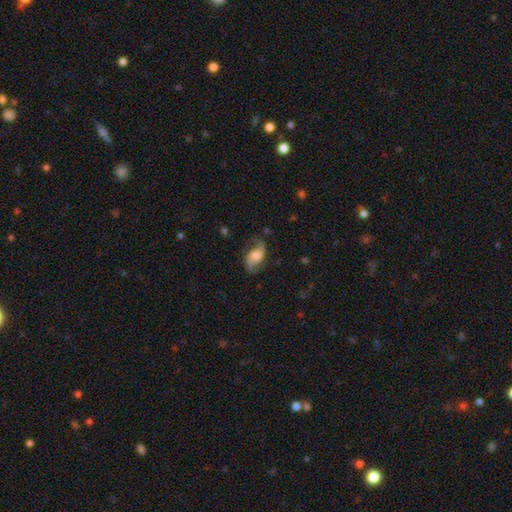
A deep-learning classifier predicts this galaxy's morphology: A featured or disk galaxy (73%) with no bar (57%), 2 (90%) loose (57%) spiral arms (94%) and a large central bulge (30%).

Vote fractions:
- Smooth or featured? featured or disk: 73% / smooth: 20% / star or artifact: 7%
- Edge-on disk? no: 96% / yes: 4%
- Bar? no: 57% / weak: 34% / strong: 9%
- Spiral arms? yes: 94% / no: 6%
- Spiral winding? loose: 57% / medium: 34% / tight: 9%
- Spiral arm count? 2: 90% / 1: 4% / can't tell: 3% / 3: 1% / 4: 1% / more than 4: 1%
- Bulge size? large: 30% / moderate: 28% / small: 19% / none: 17% / dominant: 6%
- Merging? none: 69% / minor disturbance: 18% / major disturbance: 11% / merger: 2%